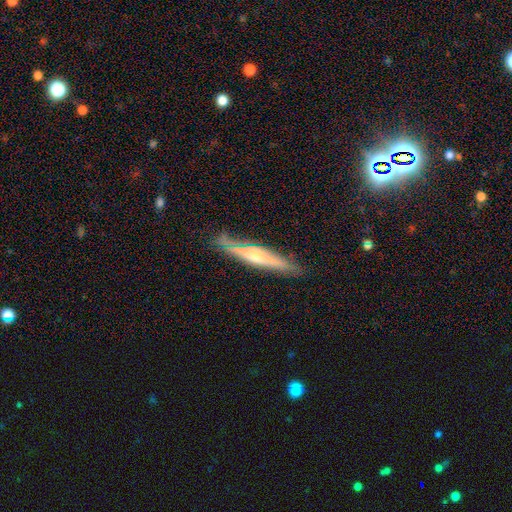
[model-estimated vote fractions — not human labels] Smooth or featured?
  - featured or disk: 63% *
  - smooth: 30%
  - star or artifact: 7%
Edge-on disk?
  - yes: 92% *
  - no: 8%
Edge-on bulge?
  - rounded: 69% *
  - none: 22%
  - boxy: 9%
Merging?
  - none: 80% *
  - minor disturbance: 15%
  - major disturbance: 3%
  - merger: 2%